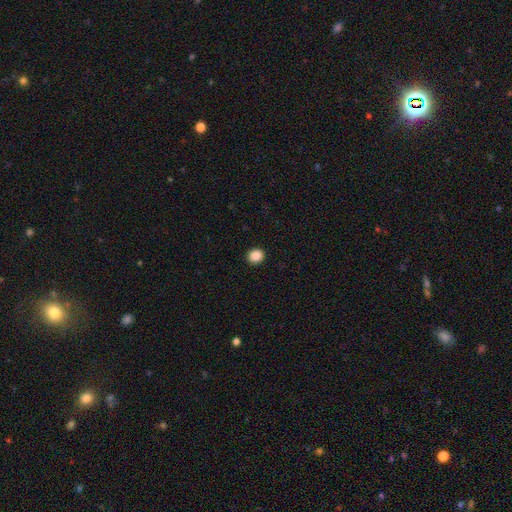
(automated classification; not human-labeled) Smooth or featured: smooth — 88% (star or artifact — 9%)
How rounded: round — 86% (in between — 13%)
Merging: none — 93% (minor disturbance — 4%)